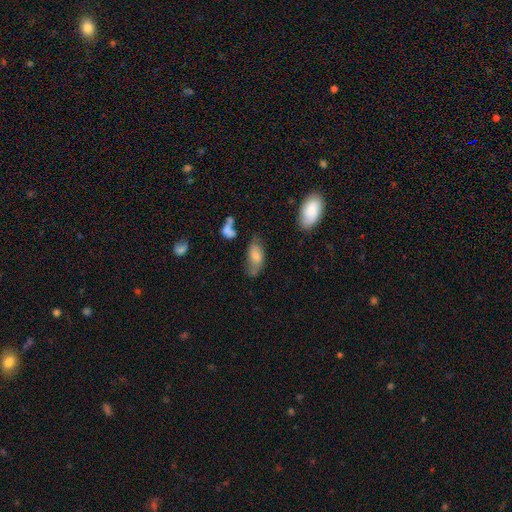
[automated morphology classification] Smooth or featured? Predicted: smooth (p=0.66). How rounded? Predicted: in between (p=0.90). Merging? Predicted: none (p=0.51).